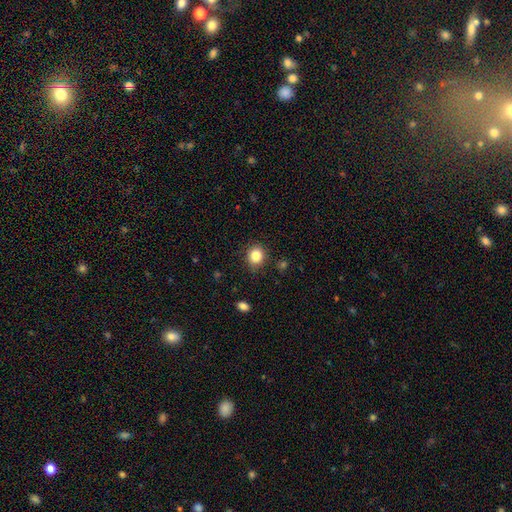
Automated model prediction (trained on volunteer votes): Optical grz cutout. It shows a smooth galaxy with no disk features (85%) that is round (73%). Merging: none (87%).